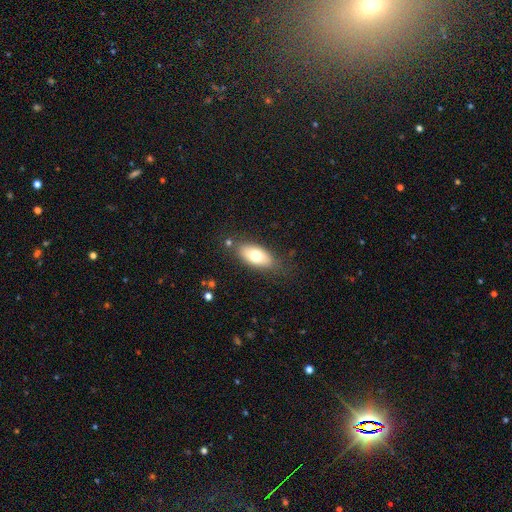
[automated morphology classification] Smooth or featured? smooth (71%)
How rounded? in between (88%)
Merging? none (78%)